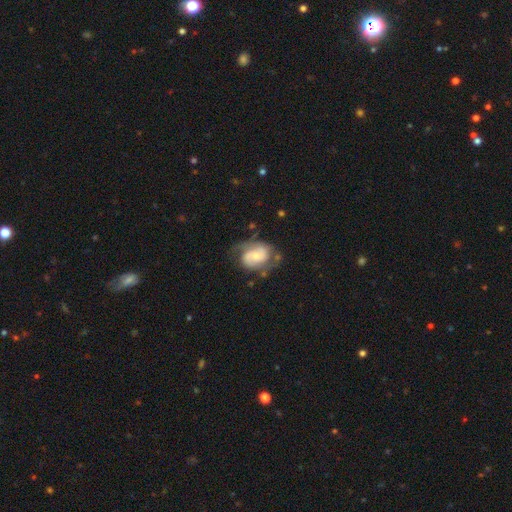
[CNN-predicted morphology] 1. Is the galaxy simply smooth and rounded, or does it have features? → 66% featured or disk, 28% smooth, 7% star or artifact.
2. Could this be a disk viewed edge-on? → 97% no, 3% yes.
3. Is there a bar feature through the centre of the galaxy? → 56% no, 35% weak, 10% strong.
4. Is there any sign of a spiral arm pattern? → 86% yes, 14% no.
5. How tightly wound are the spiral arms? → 44% medium, 32% tight, 24% loose.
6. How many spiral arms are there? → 72% 2, 14% can't tell, 9% 1, 3% 3, 1% 4, 1% more than 4.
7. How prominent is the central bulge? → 52% small, 38% moderate, 5% large, 4% none, 1% dominant.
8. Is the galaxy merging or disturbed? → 53% none, 27% minor disturbance, 17% major disturbance, 4% merger.